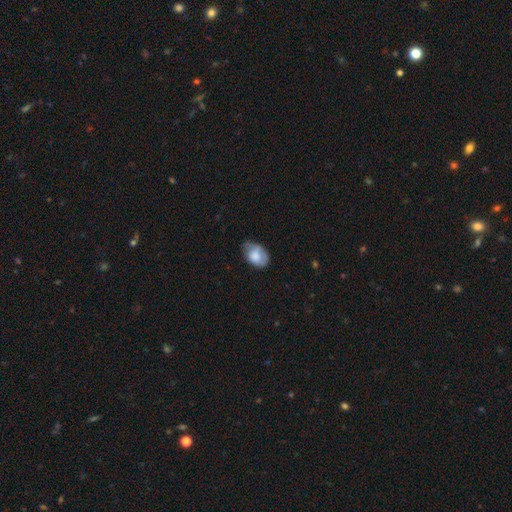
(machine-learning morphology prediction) smooth 77%, featured or disk 16%, star or artifact 7%. Down the decision tree: how rounded — in between (85%); merging — none (51%).